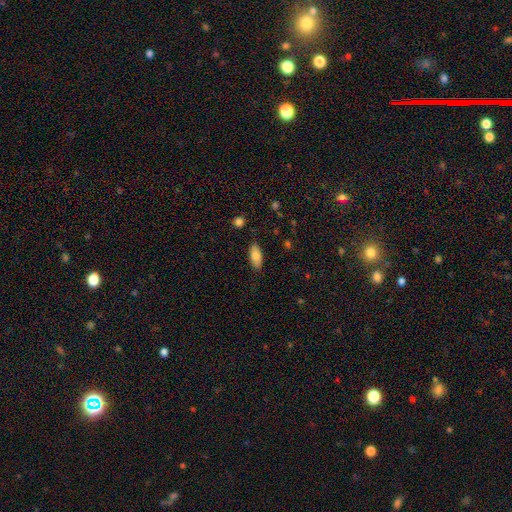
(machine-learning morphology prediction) Smooth or featured: smooth — 84% (featured or disk — 9%)
How rounded: in between — 84% (cigar-shaped — 14%)
Merging: none — 85% (minor disturbance — 11%)